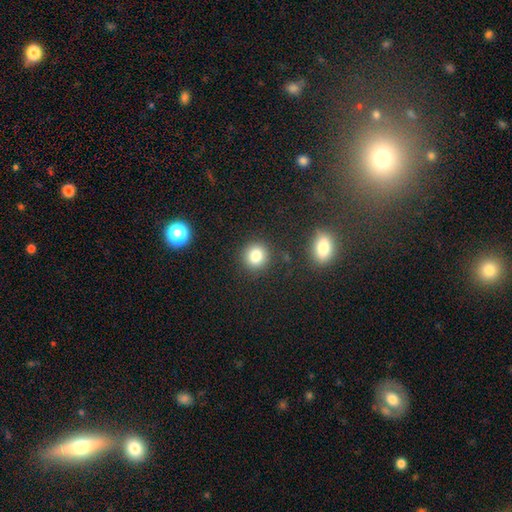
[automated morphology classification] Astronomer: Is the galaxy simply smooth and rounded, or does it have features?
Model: smooth — 81%.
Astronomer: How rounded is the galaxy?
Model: round — 88%.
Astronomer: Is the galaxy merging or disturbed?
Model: none — 87%.